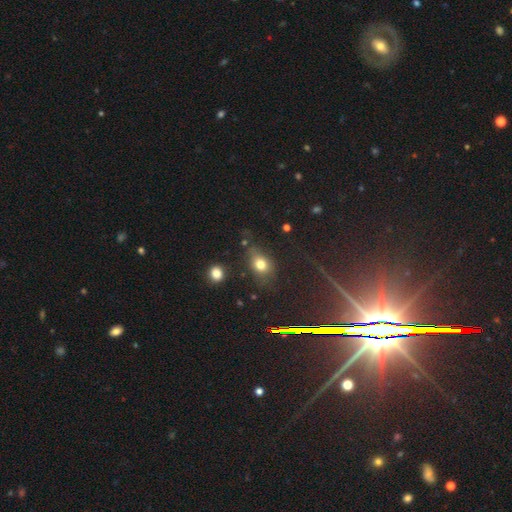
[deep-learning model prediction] The model was most divided on "how rounded": in between: 60%, round: 37%, cigar-shaped: 3%. More confident: merging — none (71%); smooth or featured — smooth (64%).